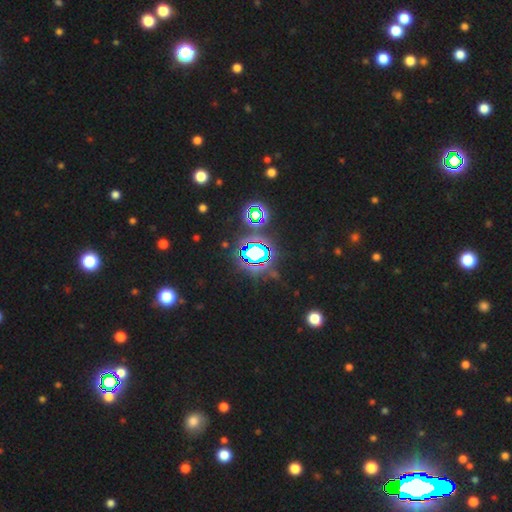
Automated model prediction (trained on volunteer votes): Q: Smooth or featured?
A: star or artifact (77%); runner-up: smooth (13%)